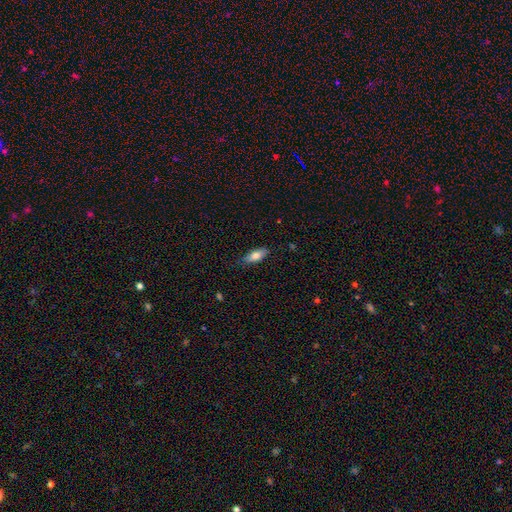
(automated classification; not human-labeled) This is likely a smooth galaxy (77%). How rounded: likely in between (79%). Merging: likely none (79%).